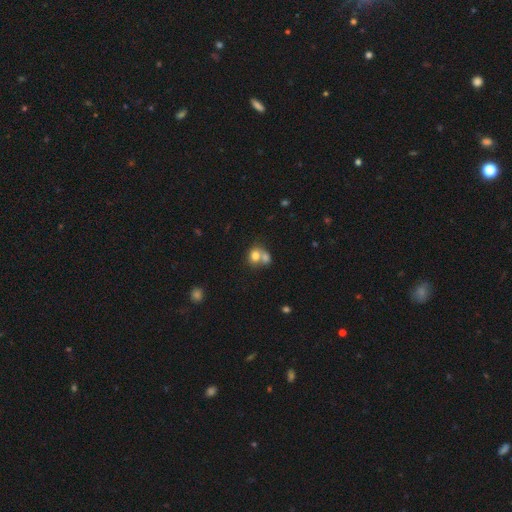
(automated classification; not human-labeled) A smooth galaxy with no disk features (74%) that is round (60%). Merging: merger (60%).